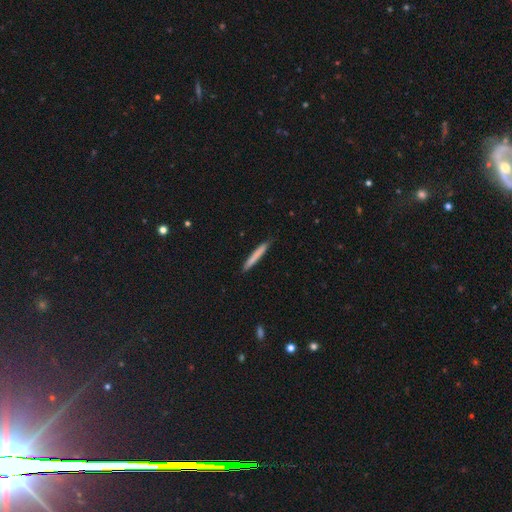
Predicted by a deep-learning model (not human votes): A smooth galaxy with no disk features (73%) that is cigar-shaped (97%).

Vote fractions:
- Smooth or featured? smooth: 73% / featured or disk: 21% / star or artifact: 6%
- How rounded? cigar-shaped: 97% / in between: 2% / round: 1%
- Merging? none: 88% / minor disturbance: 9% / major disturbance: 1% / merger: 1%